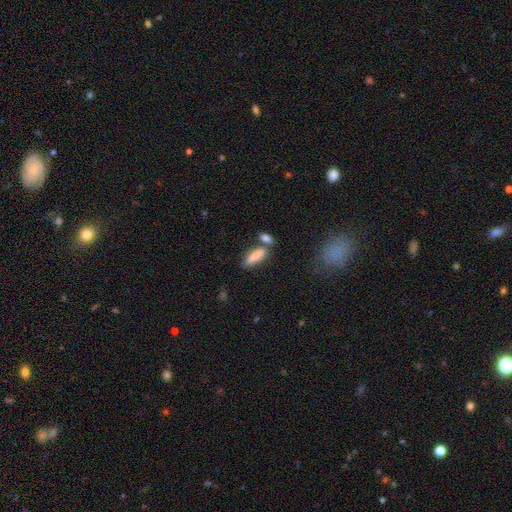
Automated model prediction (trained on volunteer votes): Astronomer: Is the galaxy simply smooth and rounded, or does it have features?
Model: smooth — 84%.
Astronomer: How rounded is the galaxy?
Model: cigar-shaped — 56% (runner-up: in between, 42%).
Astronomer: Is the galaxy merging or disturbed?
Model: none — 54%.